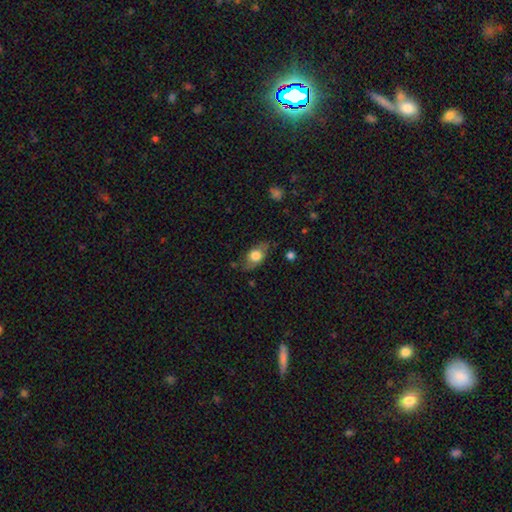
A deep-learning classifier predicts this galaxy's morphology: Overall: smooth (67%). How rounded: in between (82%). Merging: none (72%).